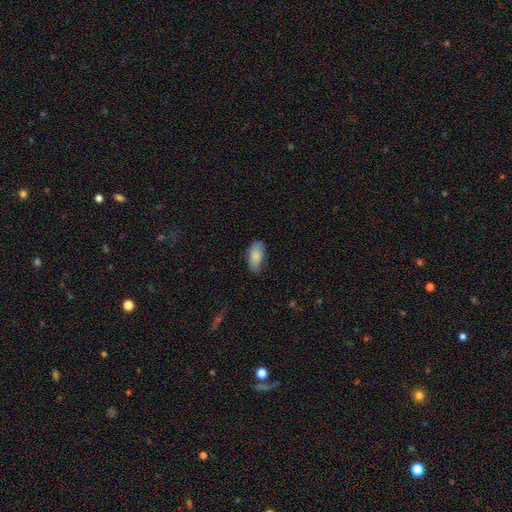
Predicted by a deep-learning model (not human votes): smooth 84%, featured or disk 10%, star or artifact 6%. Down the decision tree: how rounded — in between (90%); merging — none (72%).